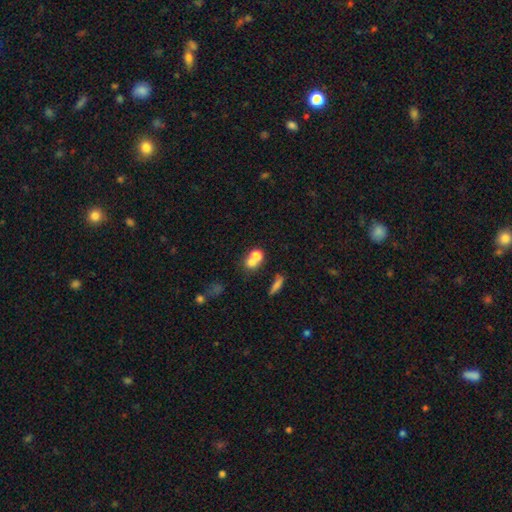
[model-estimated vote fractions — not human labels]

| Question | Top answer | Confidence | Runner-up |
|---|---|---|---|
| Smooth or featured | smooth | 69% | featured or disk (17%) |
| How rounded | round | 68% | in between (30%) |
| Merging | merger | 56% | none (32%) |